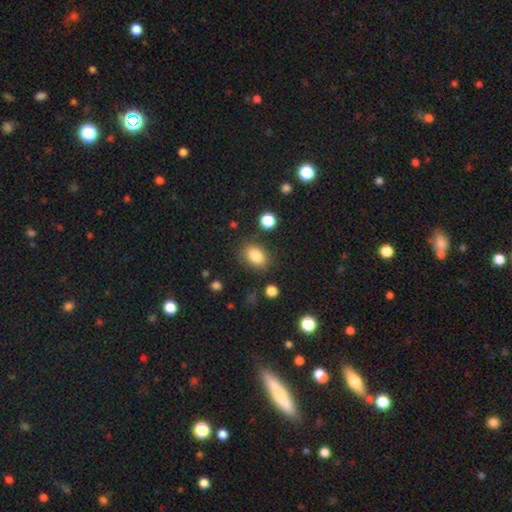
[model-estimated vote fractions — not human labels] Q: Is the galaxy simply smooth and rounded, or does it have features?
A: smooth — 84%.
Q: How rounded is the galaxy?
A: in between — 73%.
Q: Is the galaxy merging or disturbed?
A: none — 81%.